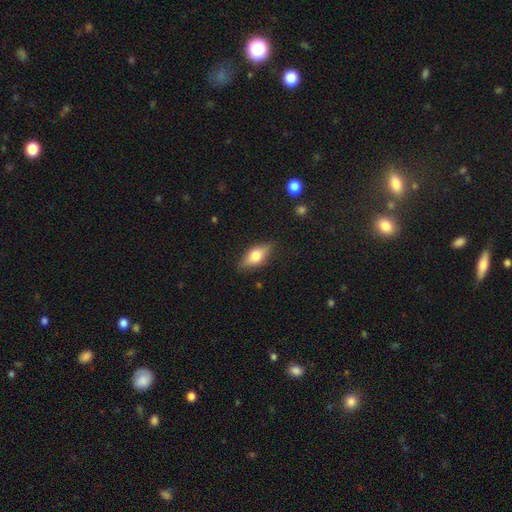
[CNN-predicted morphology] This is possibly a smooth galaxy (59%). How rounded: likely in between (78%). Merging: clearly none (82%).